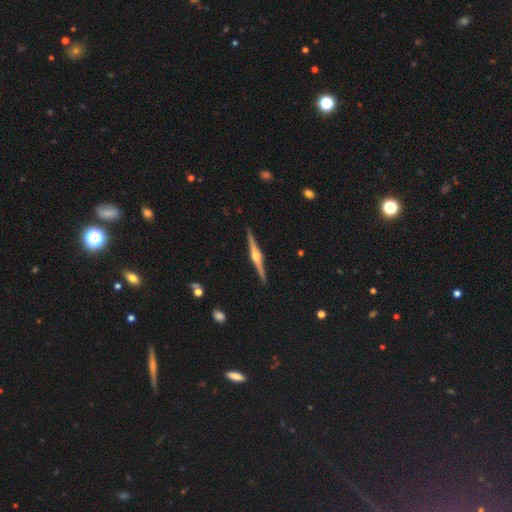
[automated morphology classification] This is clearly a featured or disk galaxy (86%). It is clearly viewed edge-on (99%). Edge-on bulge: clearly rounded (92%). Merging: clearly none (92%).